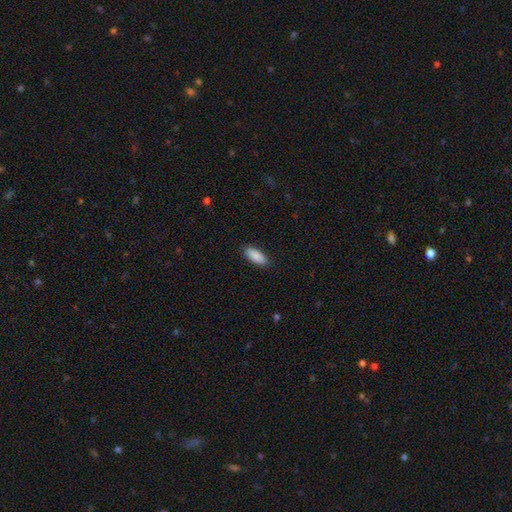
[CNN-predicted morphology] smooth-or-featured: smooth: 89% | star or artifact: 6% | featured or disk: 5%
  how-rounded: in between: 81% | cigar-shaped: 18% | round: 2%
  merging: none: 88% | minor disturbance: 9% | major disturbance: 2% | merger: 1%